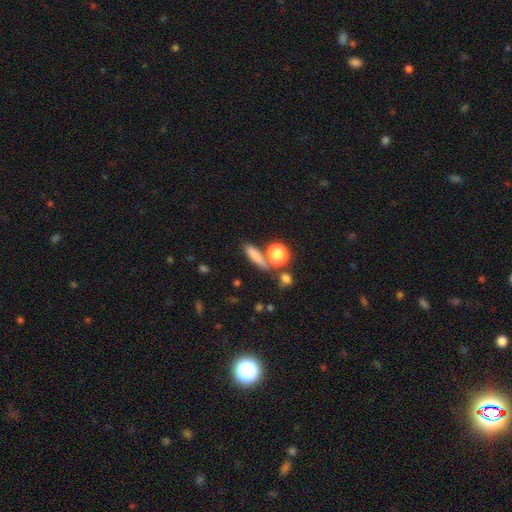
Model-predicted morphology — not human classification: This appears to be a smooth galaxy with no disk features (77%) that is cigar-shaped (51%). Merging: none (69%).